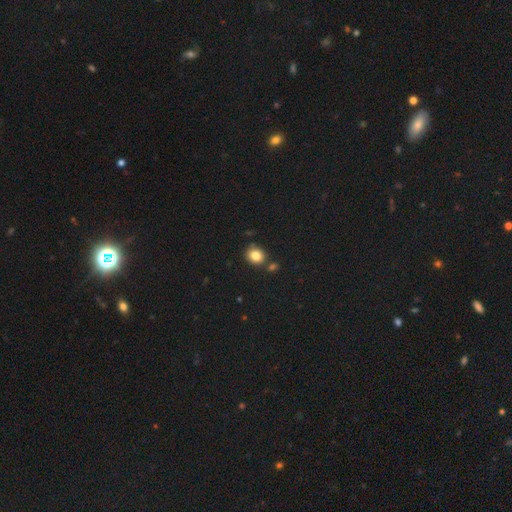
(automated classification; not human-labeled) Smooth or featured?
  - smooth: 83% *
  - star or artifact: 10%
  - featured or disk: 7%
How rounded?
  - round: 70% *
  - in between: 29%
  - cigar-shaped: 1%
Merging?
  - none: 76% *
  - merger: 11%
  - minor disturbance: 11%
  - major disturbance: 3%